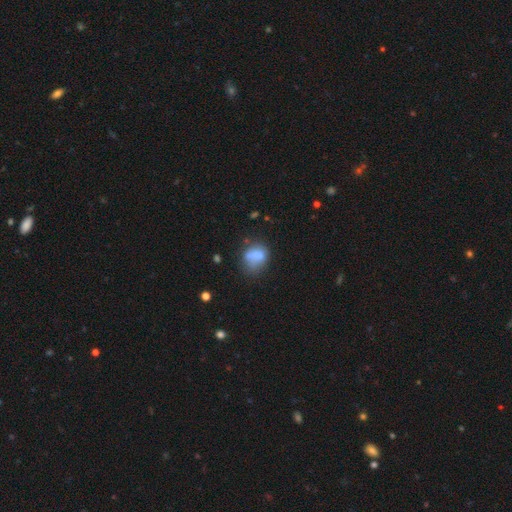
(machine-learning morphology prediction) This appears to be a smooth galaxy with no disk features (69%) that is round (53%). Merging: none (37%).